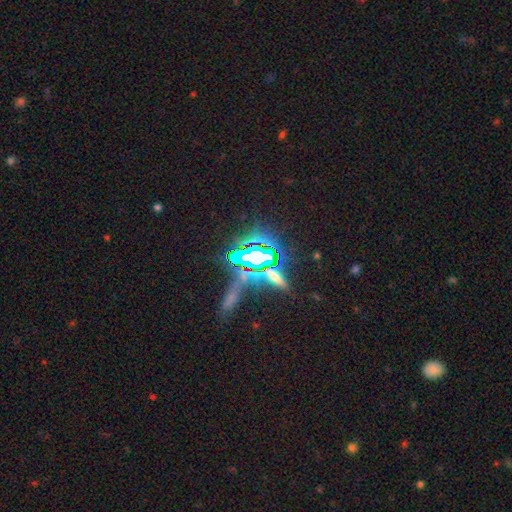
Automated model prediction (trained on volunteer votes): smooth-or-featured: star or artifact: 75% | smooth: 13% | featured or disk: 12%